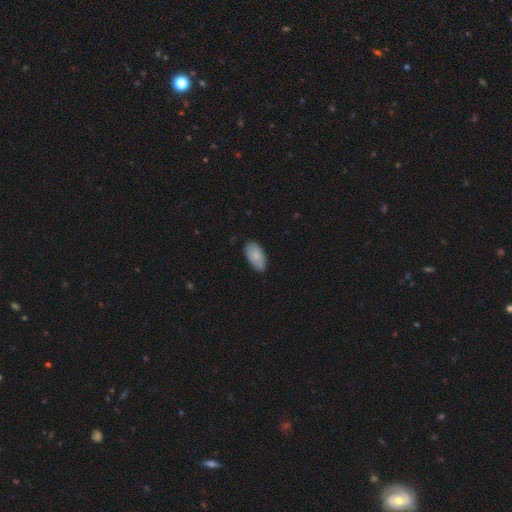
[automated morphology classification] type=smooth (81%); roundness=in between (95%); merging=none (76%).